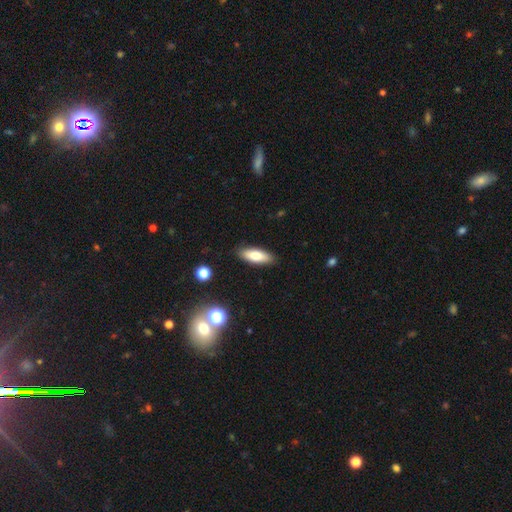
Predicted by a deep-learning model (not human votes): smooth-or-featured: smooth: 78% | featured or disk: 15% | star or artifact: 7%
  how-rounded: in between: 69% | cigar-shaped: 29% | round: 2%
  merging: none: 88% | minor disturbance: 9% | major disturbance: 2% | merger: 1%